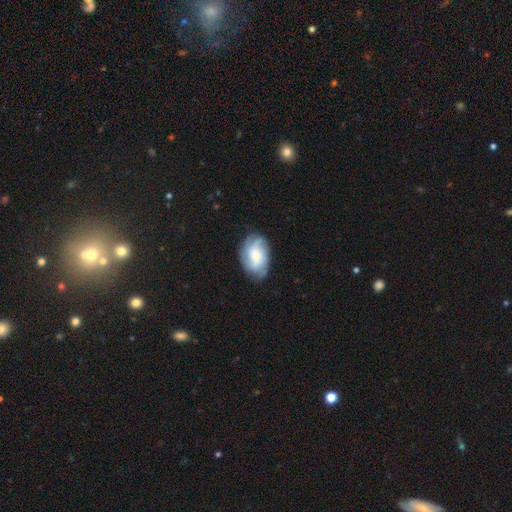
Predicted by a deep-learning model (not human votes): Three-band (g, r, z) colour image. It shows a featured or disk galaxy (59%) with no bar (67%), 3 (34%) medium (42%) spiral arms (90%) and a moderate central bulge (36%). Merging: none (72%).